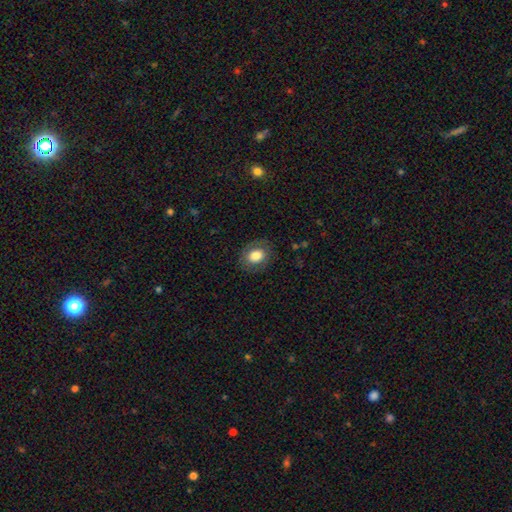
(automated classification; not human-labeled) Q: Smooth or featured?
A: smooth (75%); runner-up: featured or disk (17%)
Q: How rounded?
A: in between (56%); runner-up: round (43%)
Q: Merging?
A: none (82%); runner-up: minor disturbance (12%)